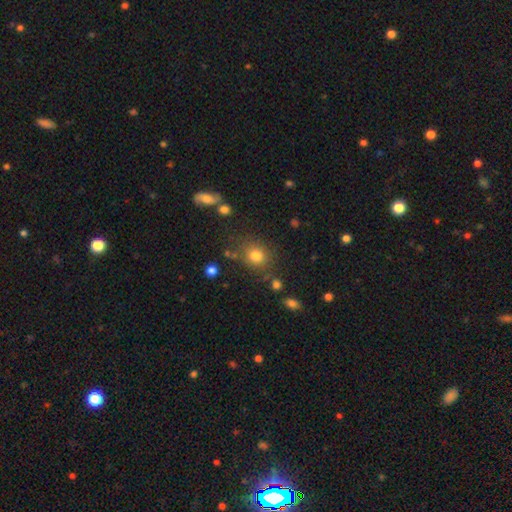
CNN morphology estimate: A smooth galaxy with no disk features (79%) that is round (81%). Merging: none (77%).